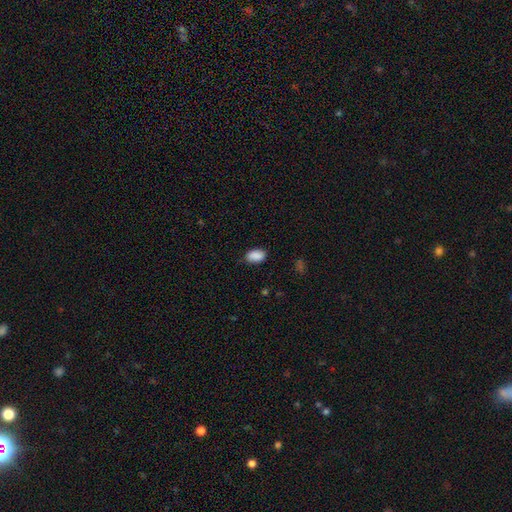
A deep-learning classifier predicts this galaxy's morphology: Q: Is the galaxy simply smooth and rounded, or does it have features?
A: smooth — 89%.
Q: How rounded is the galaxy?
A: in between — 91%.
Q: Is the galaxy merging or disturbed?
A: none — 79%.